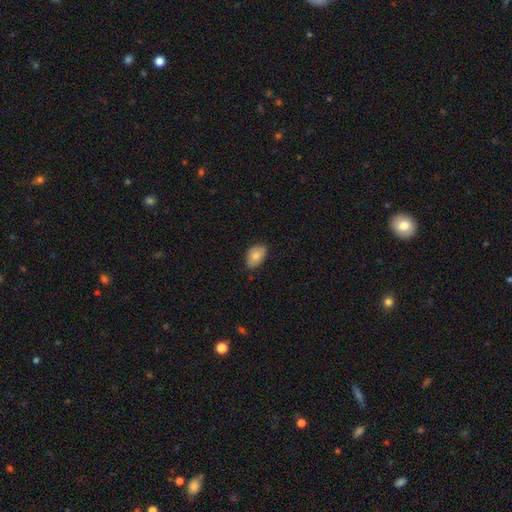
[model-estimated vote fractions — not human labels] A smooth galaxy with no disk features (76%) that is in between round and cigar-shaped (87%). Merging: none (81%).